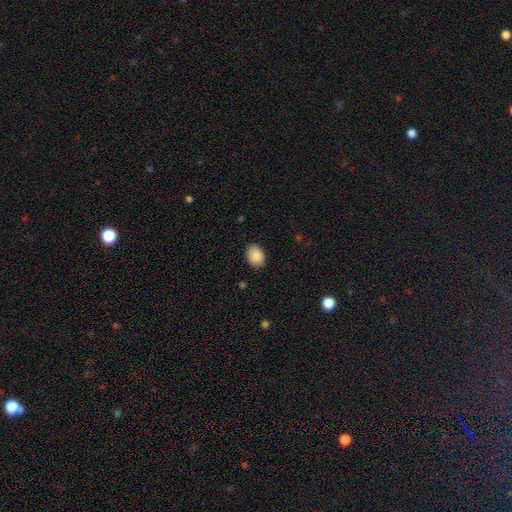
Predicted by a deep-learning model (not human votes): A smooth galaxy with no disk features (90%) that is in between round and cigar-shaped (72%). Merging: none (86%).